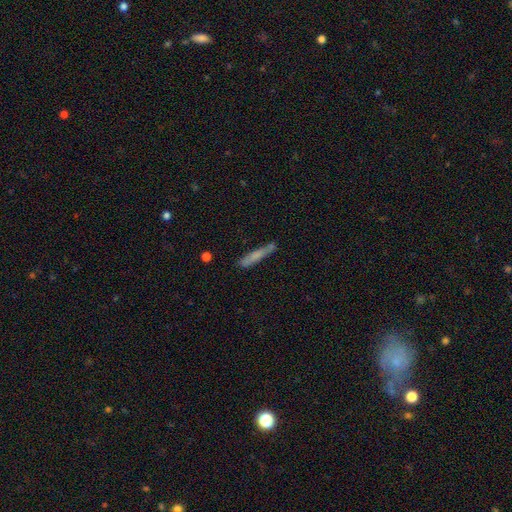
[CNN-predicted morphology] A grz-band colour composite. It shows a smooth galaxy with no disk features (63%) that is cigar-shaped (93%). Merging: none (73%).